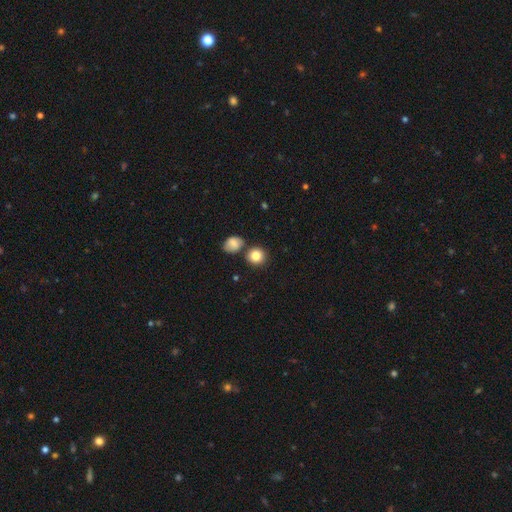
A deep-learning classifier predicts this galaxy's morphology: smooth_or_featured: smooth (p=0.85) [alt: star or artifact p=0.09]
how_rounded: round (p=0.85) [alt: in between p=0.13]
merging: none (p=0.73) [alt: merger p=0.15]